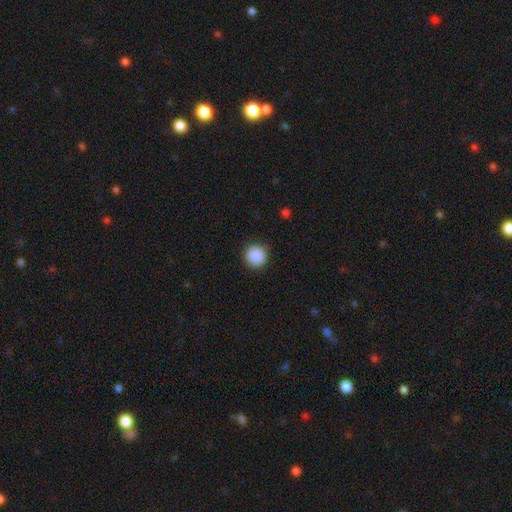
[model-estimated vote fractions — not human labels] Smooth or featured? Predicted: smooth (p=0.89). How rounded? Predicted: round (p=0.94). Merging? Predicted: none (p=0.90).